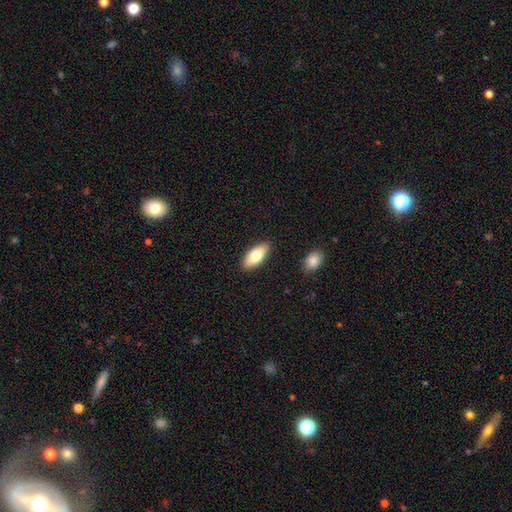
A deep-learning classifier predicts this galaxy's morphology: Smooth or featured: smooth — 76% (featured or disk — 18%)
How rounded: in between — 85% (cigar-shaped — 13%)
Merging: none — 89% (minor disturbance — 8%)